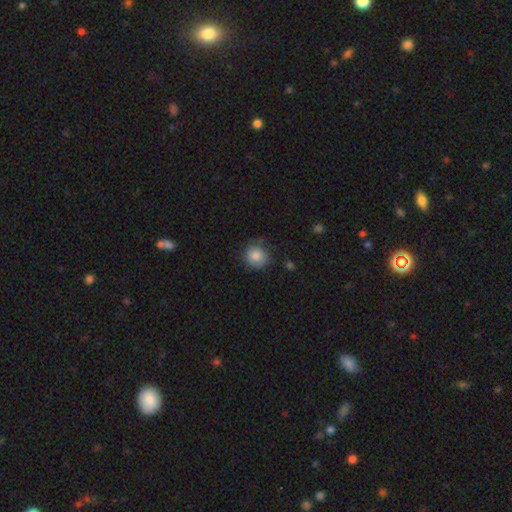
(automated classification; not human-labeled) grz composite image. It shows a smooth galaxy with no disk features (86%) that is round (88%). Merging: none (74%).